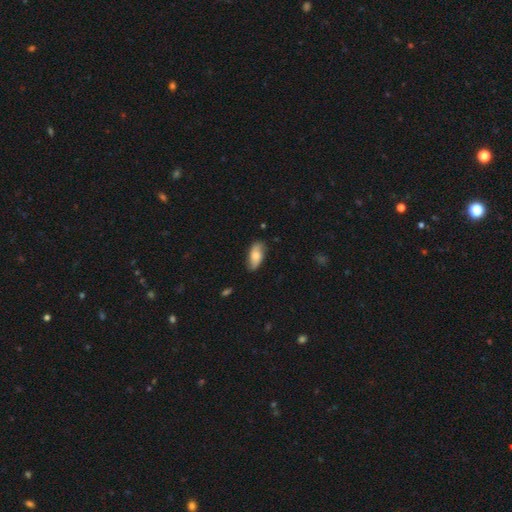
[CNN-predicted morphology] This is likely a smooth galaxy (68%). How rounded: clearly in between (88%). Merging: likely none (77%).